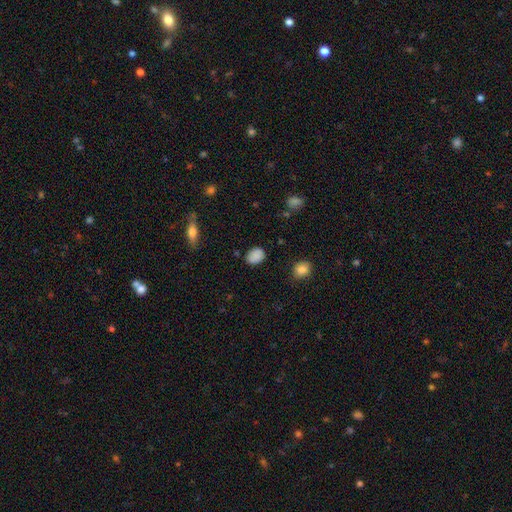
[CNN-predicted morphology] Smooth or featured?
  - smooth: 86% *
  - star or artifact: 9%
  - featured or disk: 5%
How rounded?
  - in between: 61% *
  - round: 38%
  - cigar-shaped: 1%
Merging?
  - none: 81% *
  - minor disturbance: 14%
  - major disturbance: 3%
  - merger: 2%